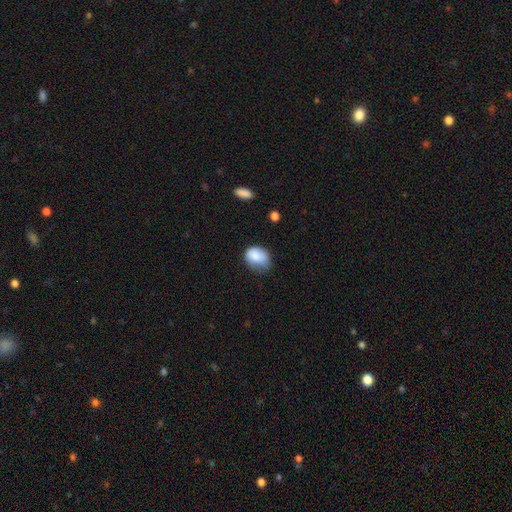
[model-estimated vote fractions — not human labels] A smooth galaxy with no disk features (84%) that is in between round and cigar-shaped (64%).

Vote fractions:
- Smooth or featured? smooth: 84% / featured or disk: 8% / star or artifact: 8%
- How rounded? in between: 64% / round: 35% / cigar-shaped: 1%
- Merging? none: 44% / minor disturbance: 41% / major disturbance: 12% / merger: 2%